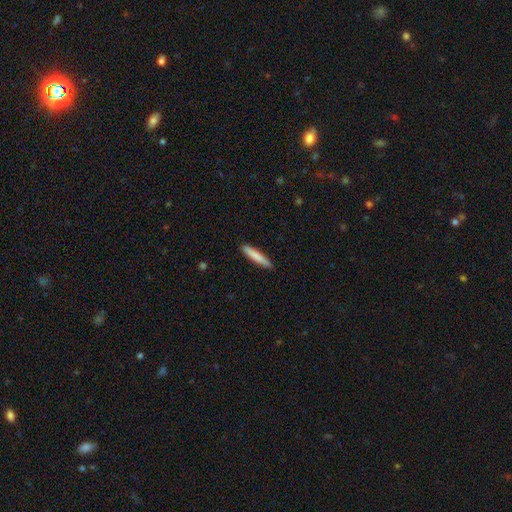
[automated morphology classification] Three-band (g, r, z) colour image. It shows a smooth galaxy with no disk features (81%) that is cigar-shaped (92%). Merging: none (90%).